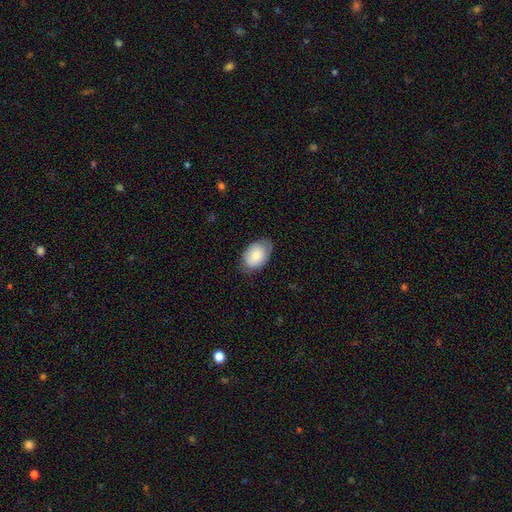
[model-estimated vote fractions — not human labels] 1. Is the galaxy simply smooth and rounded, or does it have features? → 78% smooth, 16% featured or disk, 7% star or artifact.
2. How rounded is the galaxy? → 85% in between, 14% round, 1% cigar-shaped.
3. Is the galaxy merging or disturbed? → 69% none, 24% minor disturbance, 5% major disturbance, 1% merger.